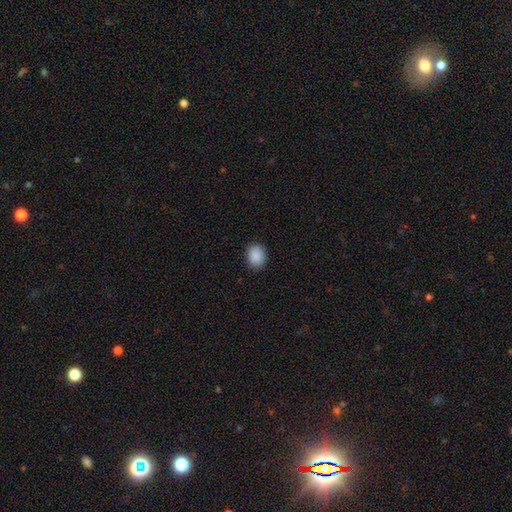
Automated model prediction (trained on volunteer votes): Smooth or featured?
  - smooth: 90% *
  - star or artifact: 8%
  - featured or disk: 3%
How rounded?
  - in between: 54% *
  - round: 45%
  - cigar-shaped: 1%
Merging?
  - none: 88% *
  - minor disturbance: 9%
  - major disturbance: 2%
  - merger: 1%